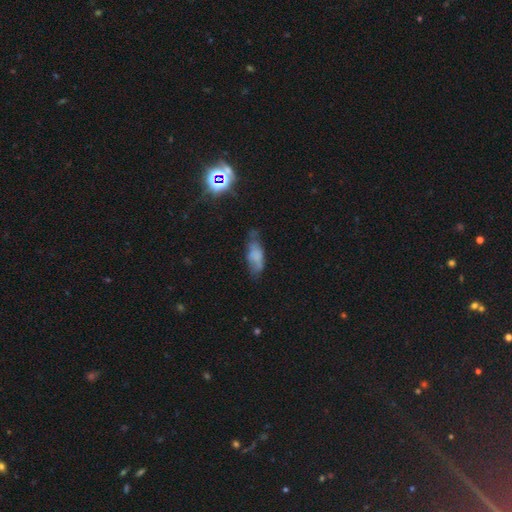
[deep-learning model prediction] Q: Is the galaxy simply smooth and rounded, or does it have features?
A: smooth — 63%.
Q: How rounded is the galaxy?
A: in between — 74%.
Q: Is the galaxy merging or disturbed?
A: none — 50%.